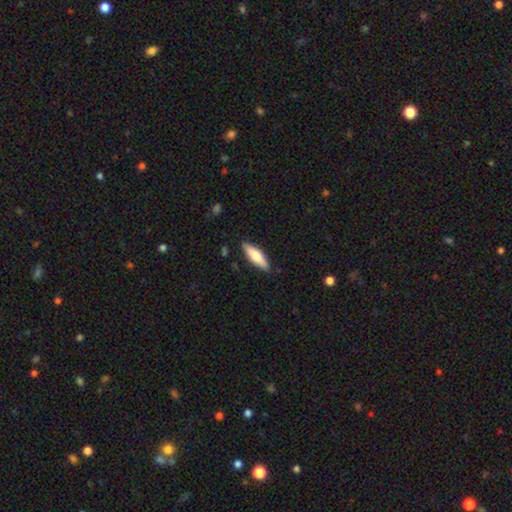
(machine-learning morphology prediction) Q: Smooth or featured?
A: smooth (67%); runner-up: featured or disk (28%)
Q: How rounded?
A: cigar-shaped (53%); runner-up: in between (45%)
Q: Merging?
A: none (86%); runner-up: minor disturbance (10%)